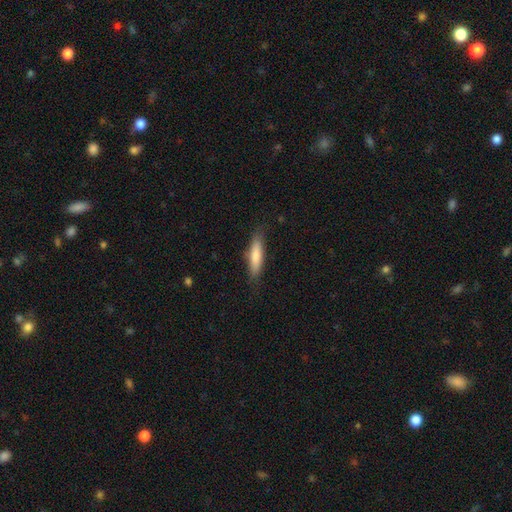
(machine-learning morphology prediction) Smooth or featured: smooth — 77% (featured or disk — 18%)
How rounded: cigar-shaped — 73% (in between — 25%)
Merging: none — 81% (minor disturbance — 15%)